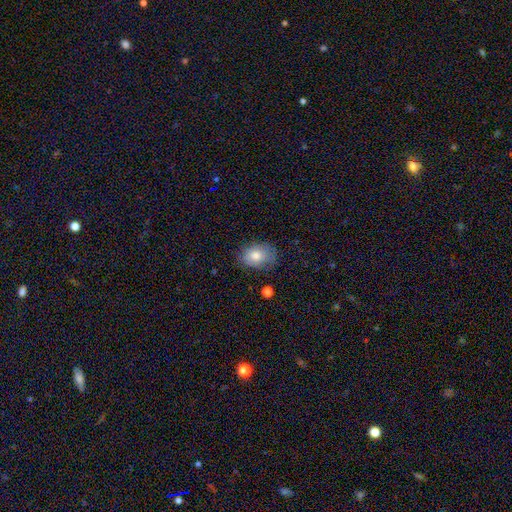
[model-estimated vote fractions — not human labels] Smooth or featured? Predicted: smooth (p=0.75). How rounded? Predicted: in between (p=0.70). Merging? Predicted: none (p=0.73).